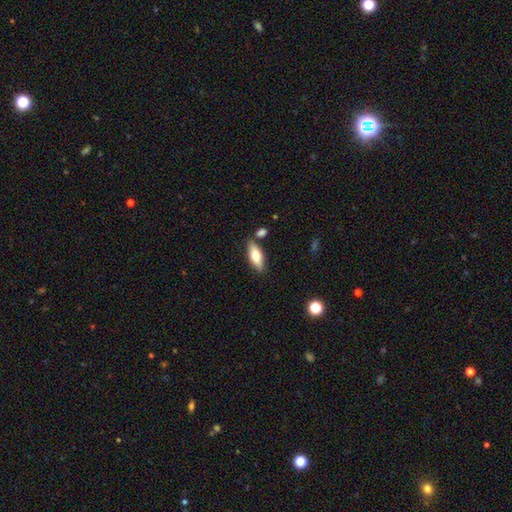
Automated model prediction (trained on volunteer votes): Smooth or featured? smooth (65%)
How rounded? in between (69%)
Merging? none (80%)